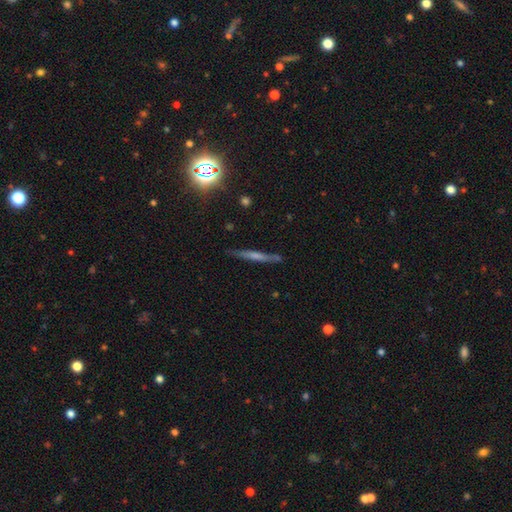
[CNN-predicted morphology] smooth_or_featured: featured or disk (p=0.52) [alt: smooth p=0.33]
disk_edge_on: yes (p=0.94) [alt: no p=0.06]
merging: none (p=0.86) [alt: minor disturbance p=0.10]